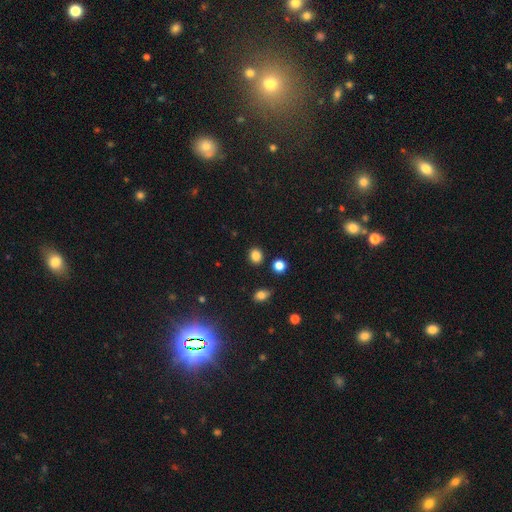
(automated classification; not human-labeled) Q: Smooth or featured?
A: smooth (84%); runner-up: star or artifact (12%)
Q: How rounded?
A: round (70%); runner-up: in between (29%)
Q: Merging?
A: none (86%); runner-up: minor disturbance (8%)